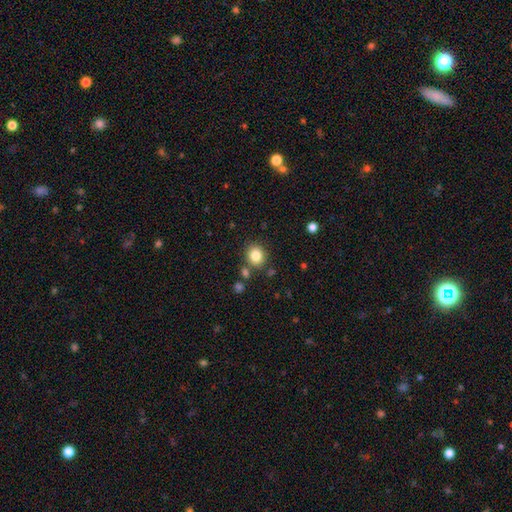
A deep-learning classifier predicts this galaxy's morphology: Overall: smooth (83%). How rounded: round (77%). Merging: none (81%).